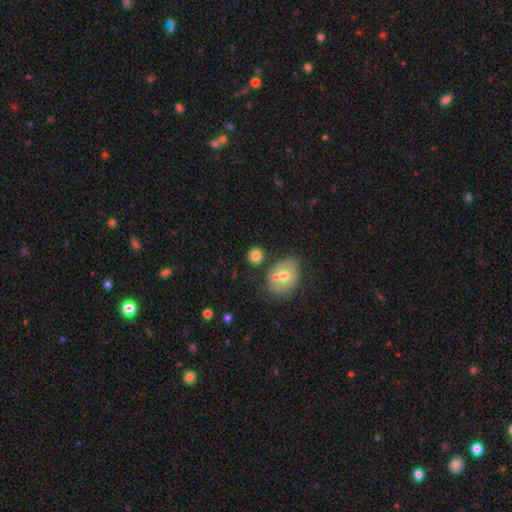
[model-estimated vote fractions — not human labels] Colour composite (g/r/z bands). It shows a smooth galaxy with no disk features (78%) that is round (78%). Merging: none (68%).